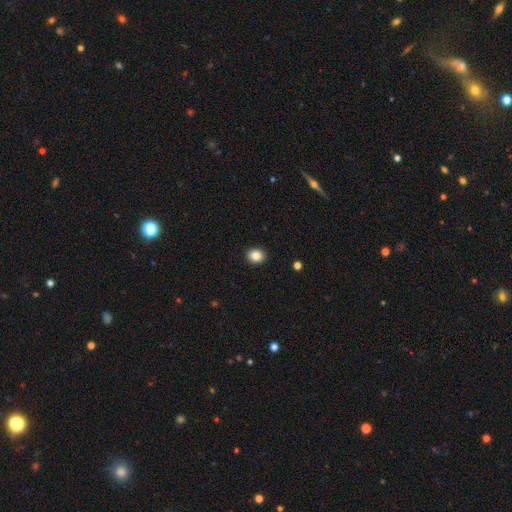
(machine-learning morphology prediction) The model was most divided on "how rounded": round: 66%, in between: 33%, cigar-shaped: 1%. More confident: merging — none (92%); smooth or featured — smooth (84%).